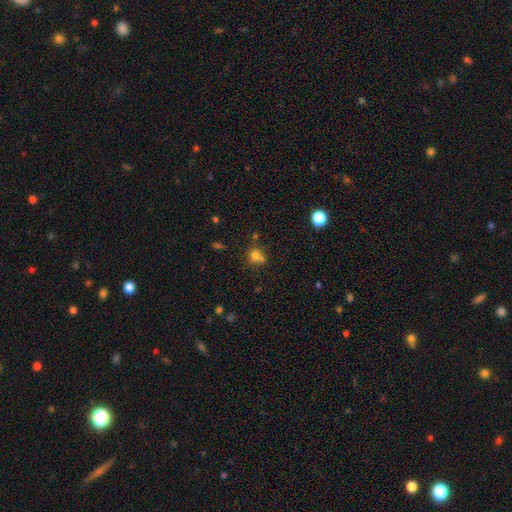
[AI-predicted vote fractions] Smooth or featured?
  - smooth: 73% *
  - star or artifact: 16%
  - featured or disk: 11%
How rounded?
  - round: 81% *
  - in between: 18%
  - cigar-shaped: 1%
Merging?
  - none: 52% *
  - merger: 30%
  - minor disturbance: 13%
  - major disturbance: 5%